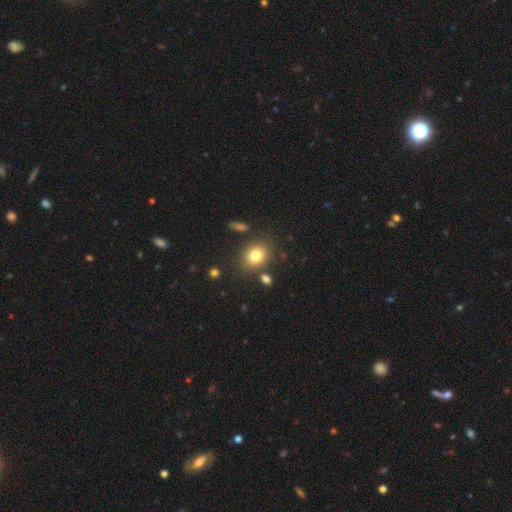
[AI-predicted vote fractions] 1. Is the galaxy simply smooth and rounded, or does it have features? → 79% smooth, 11% star or artifact, 10% featured or disk.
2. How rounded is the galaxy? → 49% in between (tied), 49% round (tied), 1% cigar-shaped.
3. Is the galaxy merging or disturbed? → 79% none, 11% minor disturbance, 7% merger, 4% major disturbance.